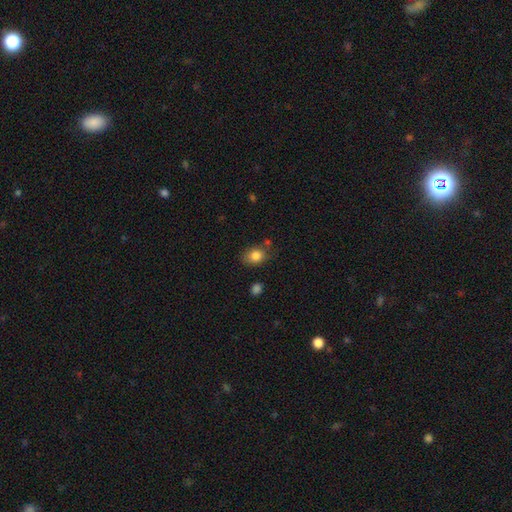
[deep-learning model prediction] Overall: smooth (83%). How rounded: in between (60%; round 39%). Merging: none (71%).